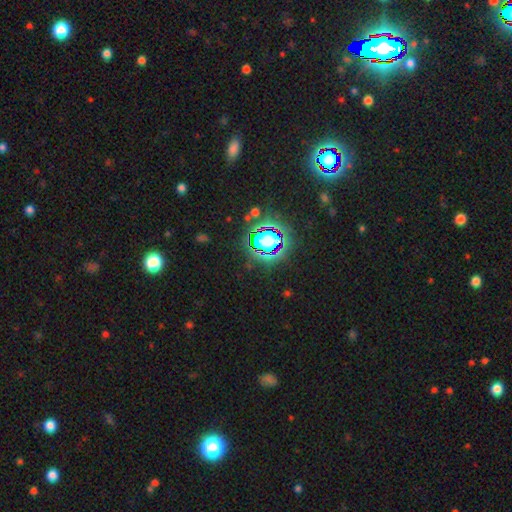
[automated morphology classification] The model was most divided on "smooth or featured": star or artifact: 82%, smooth: 11%, featured or disk: 7%.